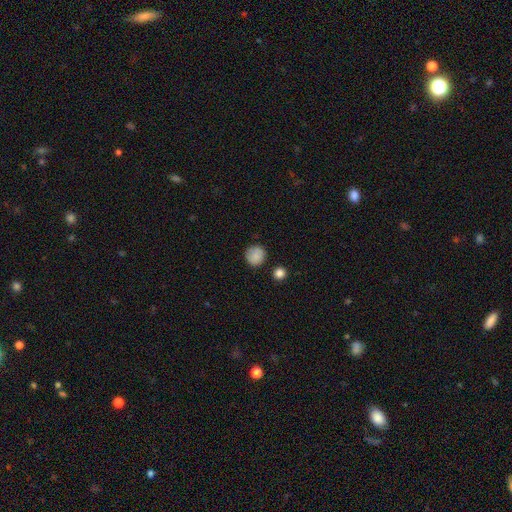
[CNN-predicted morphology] Smooth or featured: smooth — 85% (star or artifact — 9%)
How rounded: round — 92% (in between — 7%)
Merging: none — 85% (minor disturbance — 10%)